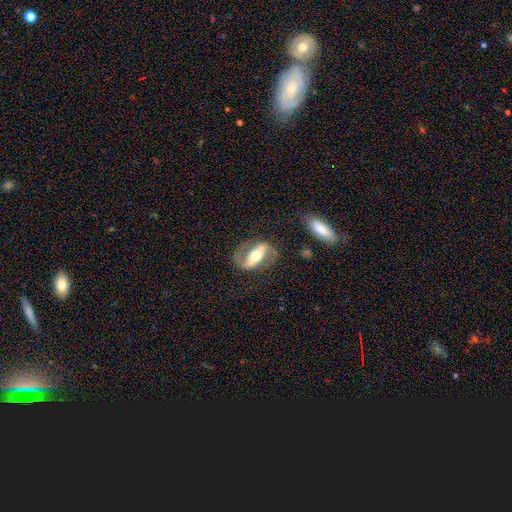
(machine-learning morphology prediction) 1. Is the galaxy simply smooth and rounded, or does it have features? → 82% featured or disk, 13% smooth, 5% star or artifact.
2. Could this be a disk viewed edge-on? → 89% no, 11% yes.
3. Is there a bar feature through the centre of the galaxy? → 68% strong, 19% weak, 13% no.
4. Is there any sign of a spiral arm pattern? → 86% yes, 14% no.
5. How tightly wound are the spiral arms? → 46% medium, 35% loose, 18% tight.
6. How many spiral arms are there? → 91% 2, 4% can't tell, 3% 1, 1% 3, 1% 4, 1% more than 4.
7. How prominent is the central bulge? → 64% moderate, 16% large, 16% small, 2% dominant, 1% none.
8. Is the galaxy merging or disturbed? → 76% none, 13% minor disturbance, 9% major disturbance, 2% merger.